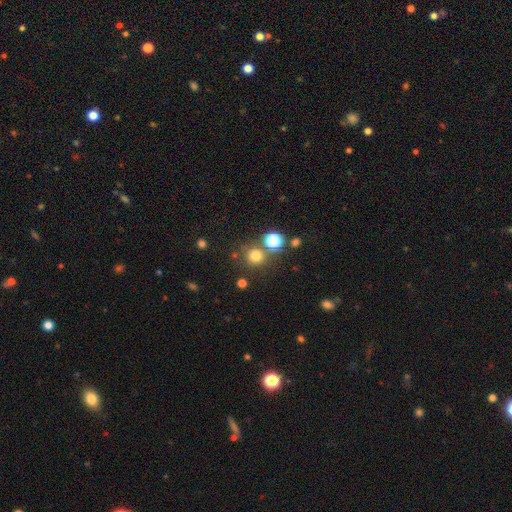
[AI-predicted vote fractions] Q: Smooth or featured?
A: smooth (75%); runner-up: star or artifact (18%)
Q: How rounded?
A: round (92%); runner-up: in between (8%)
Q: Merging?
A: none (74%); runner-up: merger (13%)